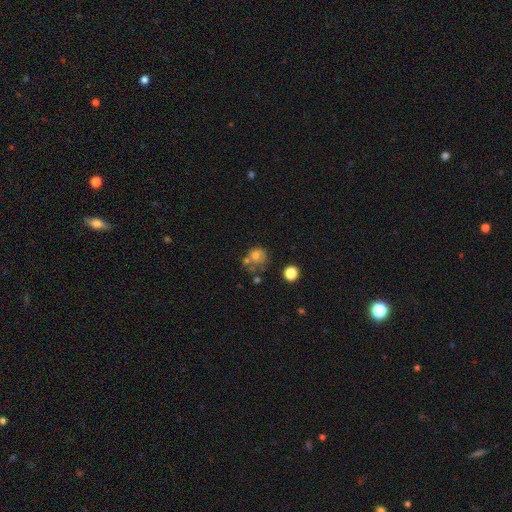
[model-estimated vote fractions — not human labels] smooth_or_featured: smooth (p=0.62) [alt: featured or disk p=0.26]
how_rounded: round (p=0.78) [alt: in between p=0.21]
merging: none (p=0.40) [alt: merger p=0.25]